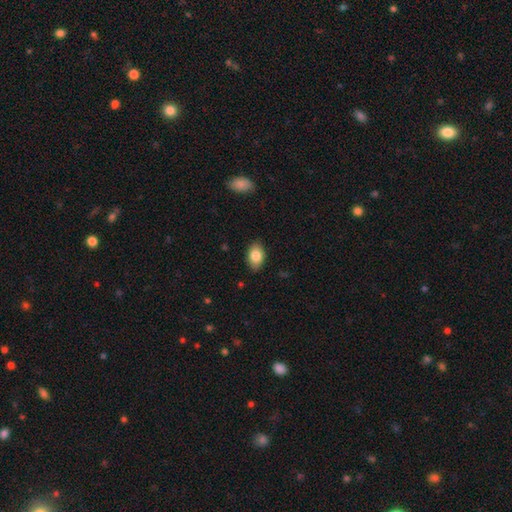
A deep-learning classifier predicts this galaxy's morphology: Q: Smooth or featured?
A: smooth (83%); runner-up: featured or disk (10%)
Q: How rounded?
A: in between (89%); runner-up: round (10%)
Q: Merging?
A: none (86%); runner-up: minor disturbance (11%)